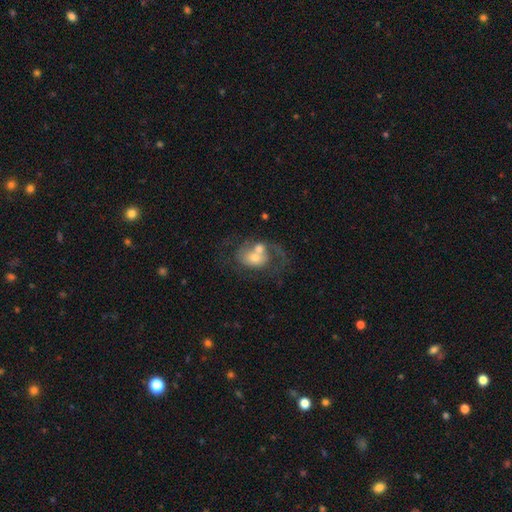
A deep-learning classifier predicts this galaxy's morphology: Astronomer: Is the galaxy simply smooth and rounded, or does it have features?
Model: featured or disk — 55% (runner-up: smooth, 37%).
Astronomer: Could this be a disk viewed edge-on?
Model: no — 97%.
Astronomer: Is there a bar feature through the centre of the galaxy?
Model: no — 78%.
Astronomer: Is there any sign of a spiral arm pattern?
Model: yes — 57% (runner-up: no, 43%).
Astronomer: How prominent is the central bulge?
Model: moderate — 52% (runner-up: small, 29%).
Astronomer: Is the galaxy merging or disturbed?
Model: merger — 50%.